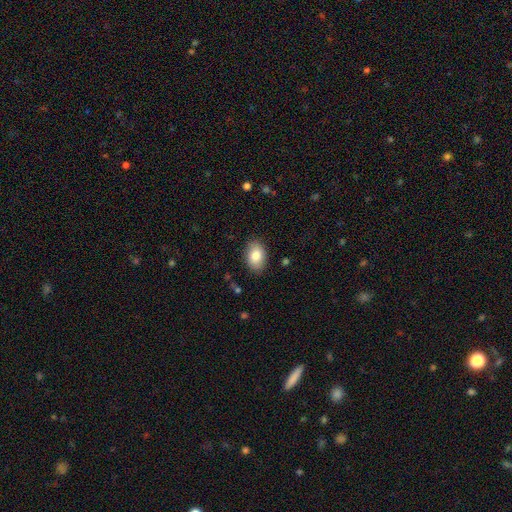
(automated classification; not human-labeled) Q: Smooth or featured?
A: smooth (83%); runner-up: featured or disk (10%)
Q: How rounded?
A: in between (87%); runner-up: round (12%)
Q: Merging?
A: none (87%); runner-up: minor disturbance (10%)